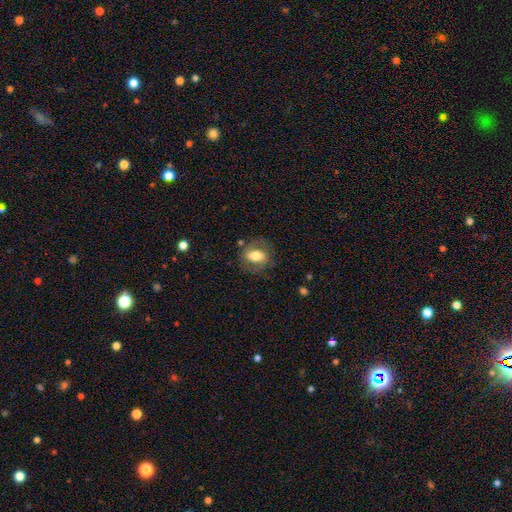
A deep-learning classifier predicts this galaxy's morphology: A smooth galaxy with no disk features (56%) that is in between round and cigar-shaped (64%). Merging: none (71%).